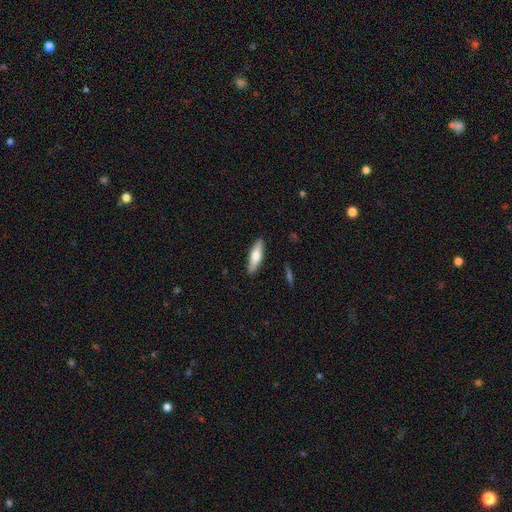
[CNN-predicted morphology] smooth 68%, featured or disk 26%, star or artifact 6%. Down the decision tree: how rounded — cigar-shaped (58%); merging — none (88%).